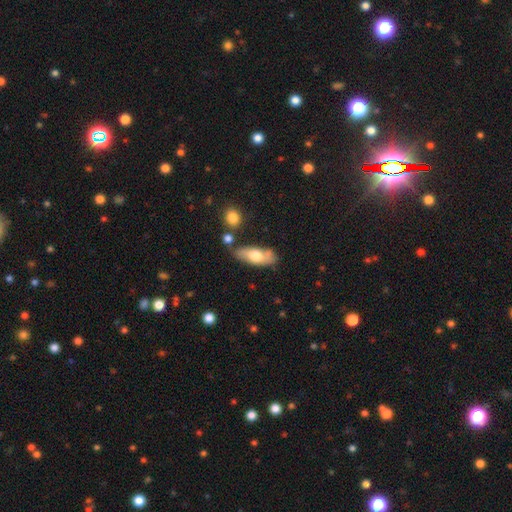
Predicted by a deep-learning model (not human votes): Smooth or featured? smooth (62%)
How rounded? in between (77%)
Merging? none (67%)